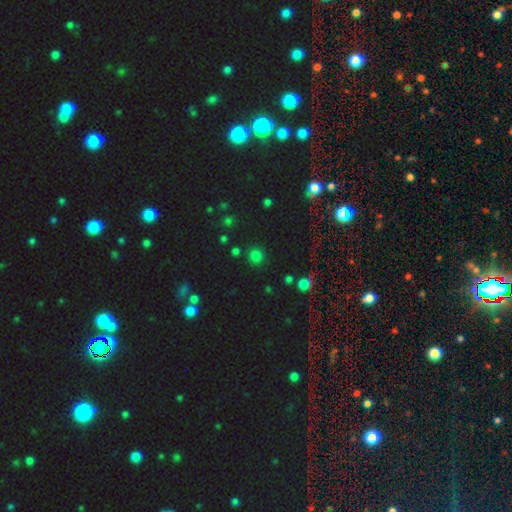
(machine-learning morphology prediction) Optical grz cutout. It shows a smooth galaxy with no disk features (72%) that is round (91%). Merging: none (85%).